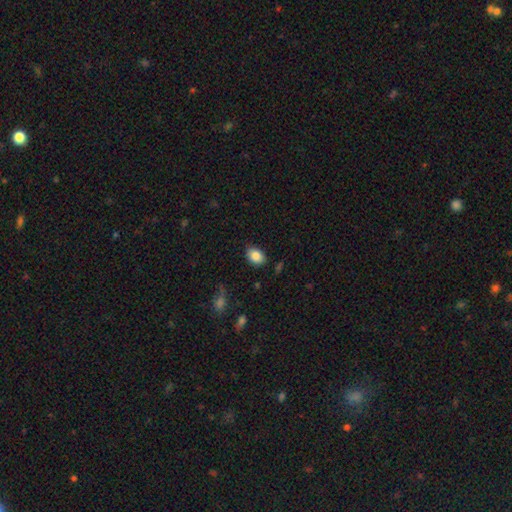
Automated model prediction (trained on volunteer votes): Smooth or featured? smooth (85%)
How rounded? in between (77%)
Merging? none (82%)